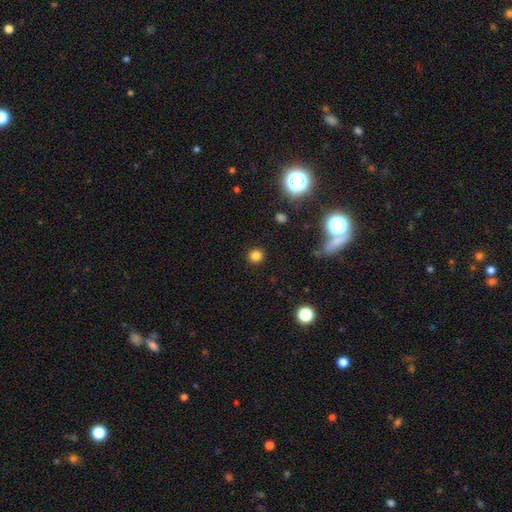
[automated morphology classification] Overall: smooth (81%). How rounded: round (92%). Merging: none (91%).